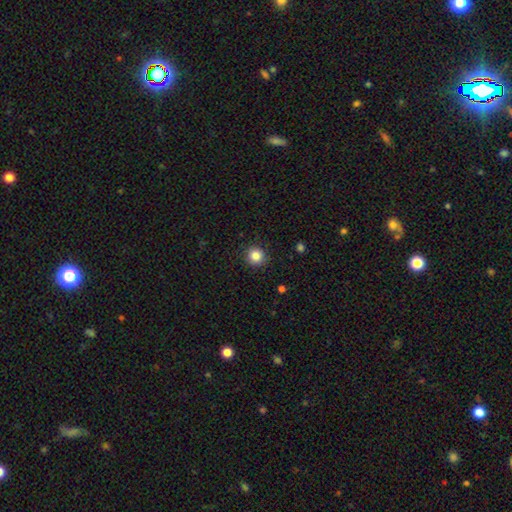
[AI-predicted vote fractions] A smooth galaxy with no disk features (84%) that is round (94%). Merging: none (90%).